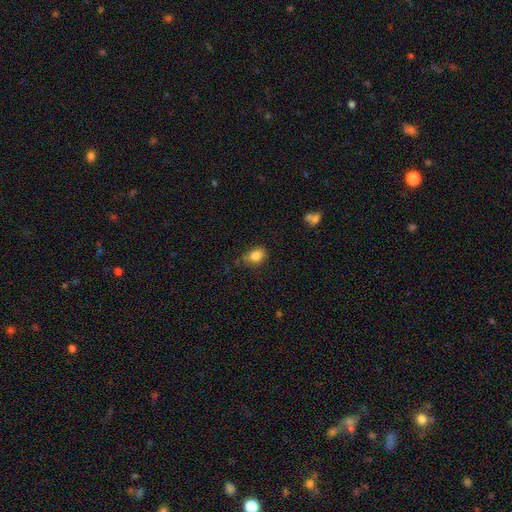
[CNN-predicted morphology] This is clearly a smooth galaxy (85%). How rounded: likely in between (70%). Merging: likely none (62%).